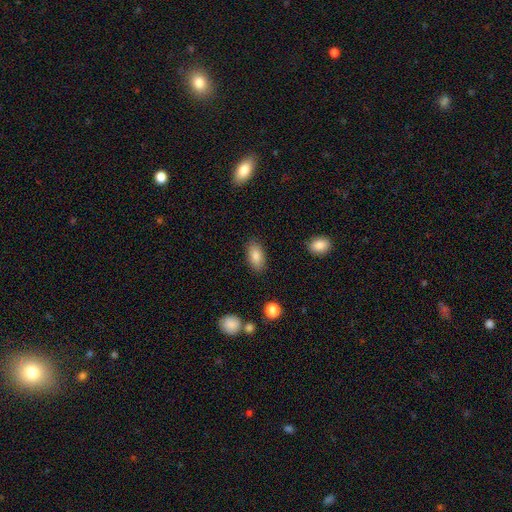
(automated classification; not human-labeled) Overall: smooth (84%). How rounded: in between (92%). Merging: none (86%).